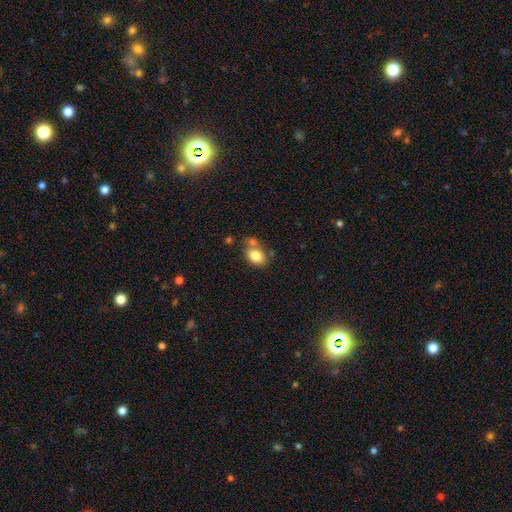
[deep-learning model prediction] A smooth galaxy with no disk features (81%) that is in between round and cigar-shaped (76%). Merging: none (53%).